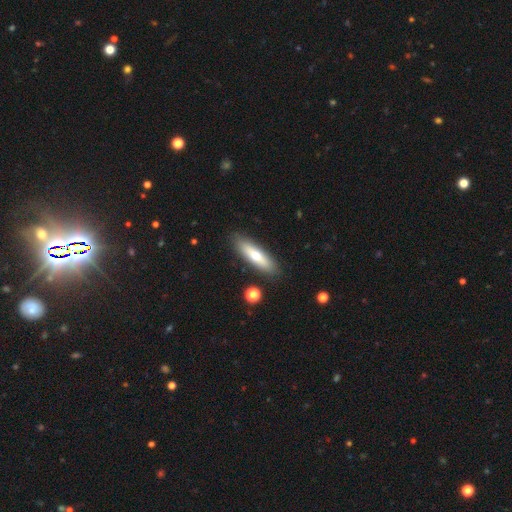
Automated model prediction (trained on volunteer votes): Morphology: type=smooth (60%); roundness=cigar-shaped (64%); merging=none (87%).